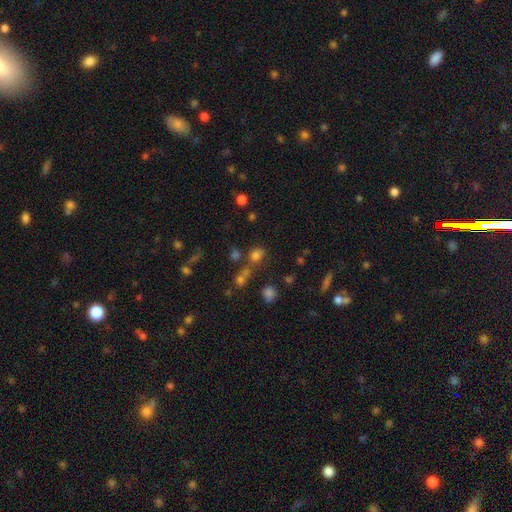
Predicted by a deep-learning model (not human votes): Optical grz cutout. It shows a smooth galaxy with no disk features (71%) that is round (54%). Merging: none (58%).